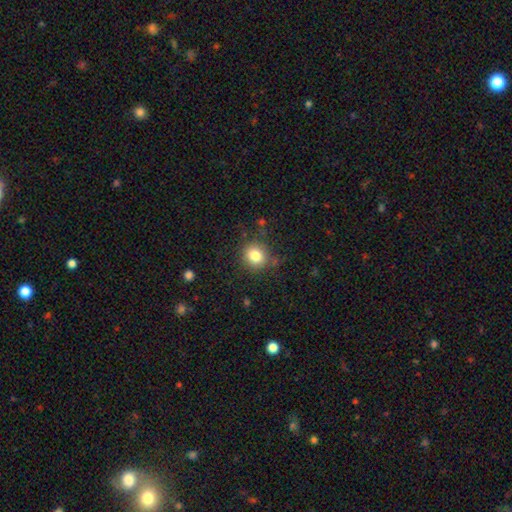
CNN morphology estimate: Smooth or featured: smooth — 81% (star or artifact — 13%)
How rounded: round — 81% (in between — 18%)
Merging: none — 83% (minor disturbance — 11%)